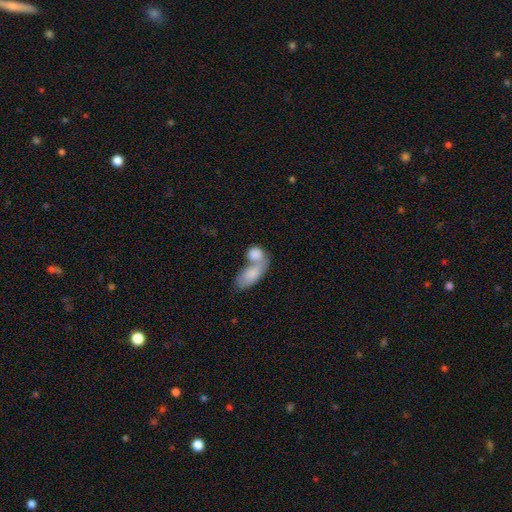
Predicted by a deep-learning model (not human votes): A smooth galaxy with no disk features (80%) that is in between round and cigar-shaped (77%). Merging: merger (69%).